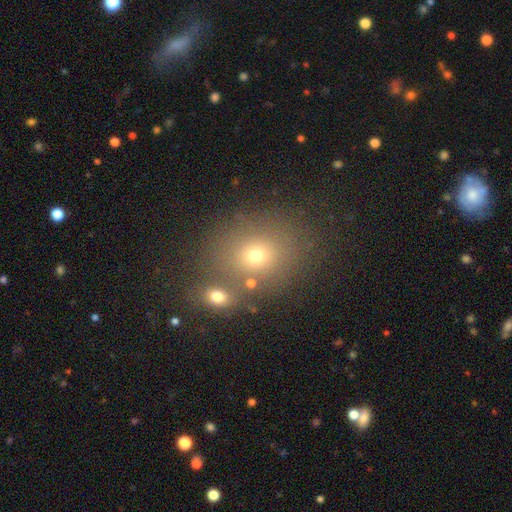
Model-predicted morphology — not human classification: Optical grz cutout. It shows a smooth galaxy with no disk features (68%) that is round (61%). Merging: none (64%).